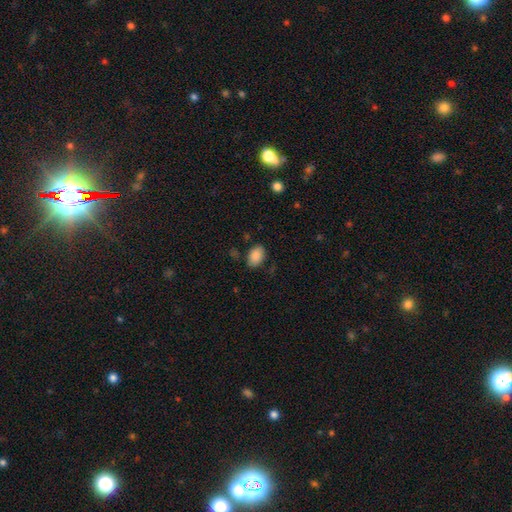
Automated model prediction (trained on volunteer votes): Q: Smooth or featured?
A: smooth (88%); runner-up: star or artifact (8%)
Q: How rounded?
A: in between (83%); runner-up: round (16%)
Q: Merging?
A: none (80%); runner-up: minor disturbance (14%)